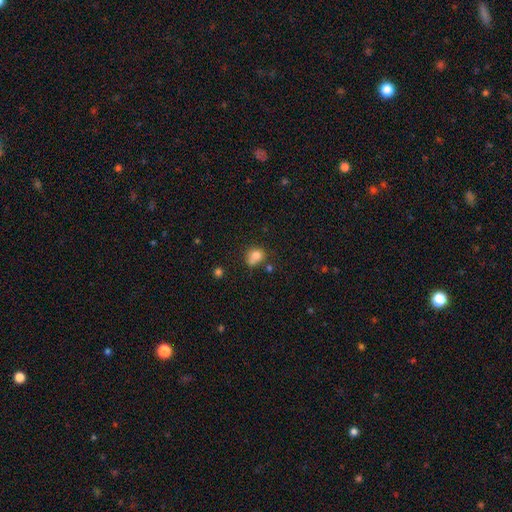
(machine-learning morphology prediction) This is likely a smooth galaxy (77%). How rounded: possibly round (60%). Merging: possibly none (45%).